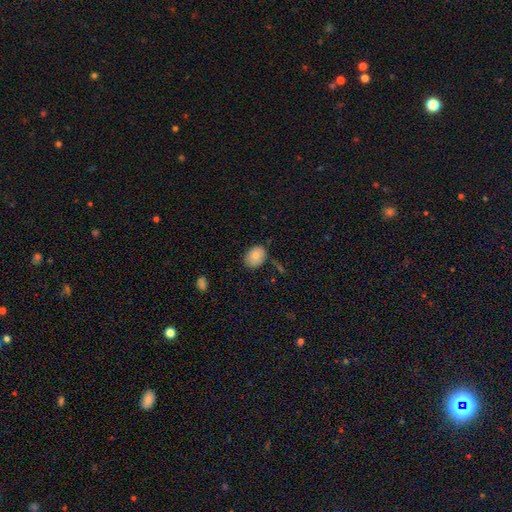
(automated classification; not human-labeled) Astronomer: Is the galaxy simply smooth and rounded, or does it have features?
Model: smooth — 82%.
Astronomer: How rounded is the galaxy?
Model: in between — 68%.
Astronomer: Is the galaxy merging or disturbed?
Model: none — 73%.